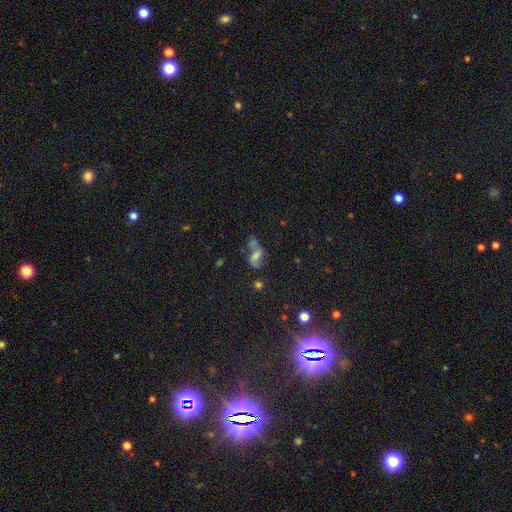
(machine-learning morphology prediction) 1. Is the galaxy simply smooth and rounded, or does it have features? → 46% smooth, 31% featured or disk, 24% star or artifact.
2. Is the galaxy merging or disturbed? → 34% merger, 32% none, 17% major disturbance, 17% minor disturbance.